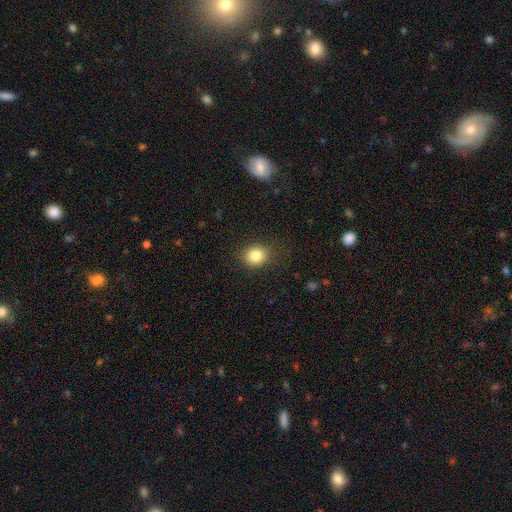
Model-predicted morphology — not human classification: type=smooth (82%); roundness=round (73%); merging=none (85%).